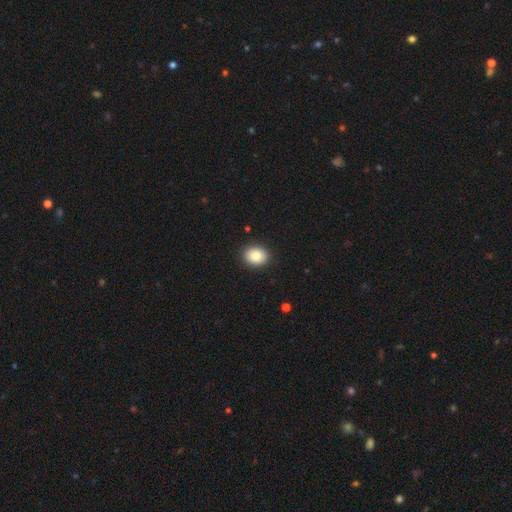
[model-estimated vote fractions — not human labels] This appears to be a smooth galaxy with no disk features (84%) that is round (50%). Merging: none (91%).